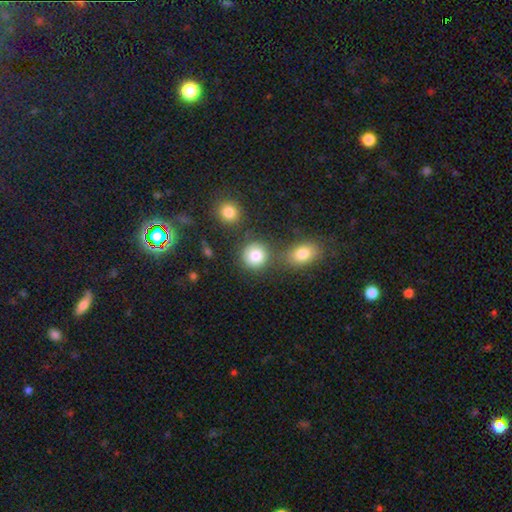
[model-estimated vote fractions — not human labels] A smooth galaxy with no disk features (83%) that is round (88%). Merging: none (74%).